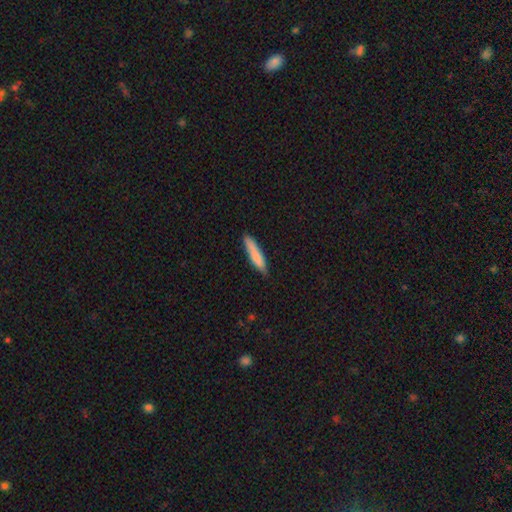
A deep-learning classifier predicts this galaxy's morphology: Smooth or featured? smooth (80%)
How rounded? cigar-shaped (85%)
Merging? none (80%)